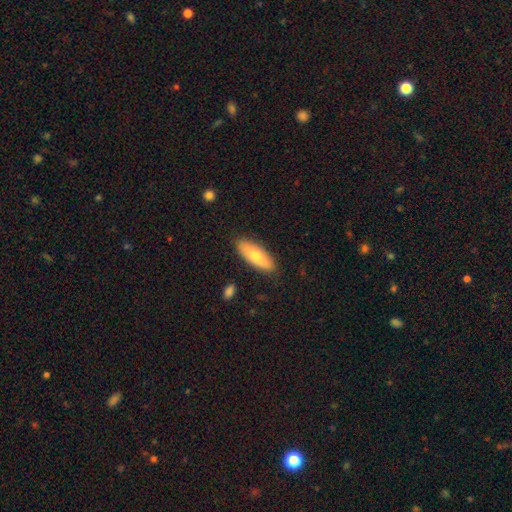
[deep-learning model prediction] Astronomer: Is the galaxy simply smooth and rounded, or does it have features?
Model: smooth — 76%.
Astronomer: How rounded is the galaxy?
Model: in between — 69%.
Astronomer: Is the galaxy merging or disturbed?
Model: none — 86%.